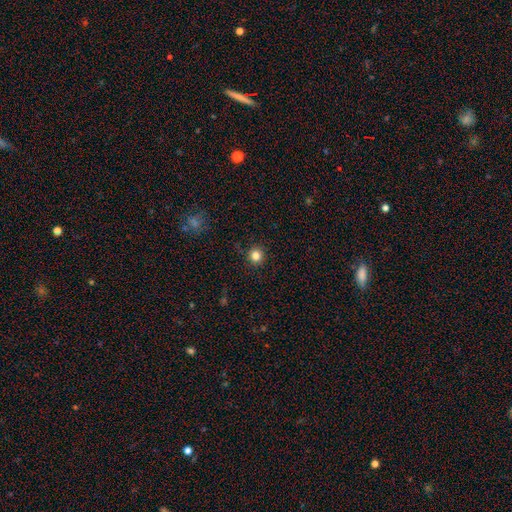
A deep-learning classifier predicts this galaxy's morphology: Smooth or featured: smooth — 83% (star or artifact — 13%)
How rounded: round — 95% (in between — 4%)
Merging: none — 91% (minor disturbance — 6%)